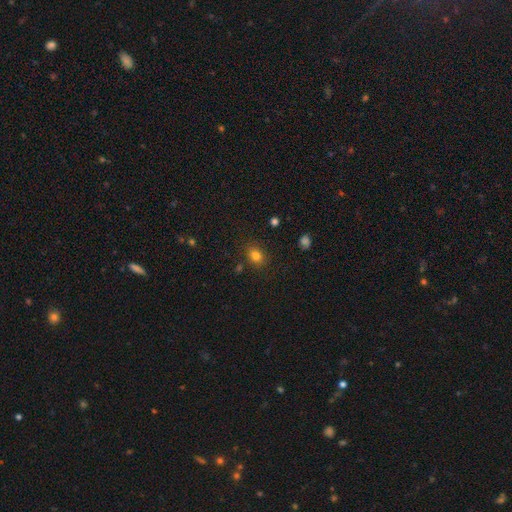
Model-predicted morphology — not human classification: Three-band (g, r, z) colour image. It shows a smooth galaxy with no disk features (80%) that is in between round and cigar-shaped (58%). Merging: none (82%).